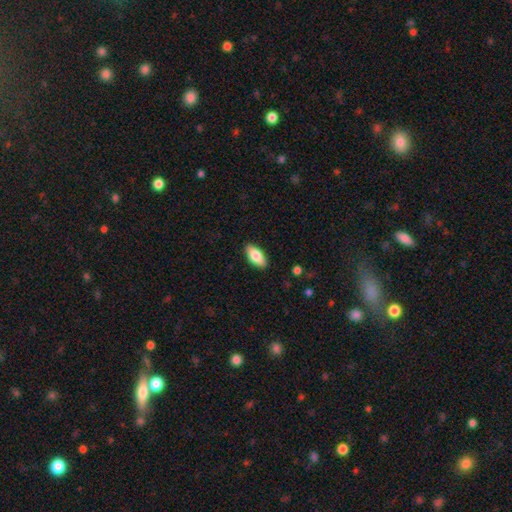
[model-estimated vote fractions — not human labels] Smooth or featured: smooth — 79% (featured or disk — 14%)
How rounded: in between — 88% (cigar-shaped — 10%)
Merging: none — 89% (minor disturbance — 8%)